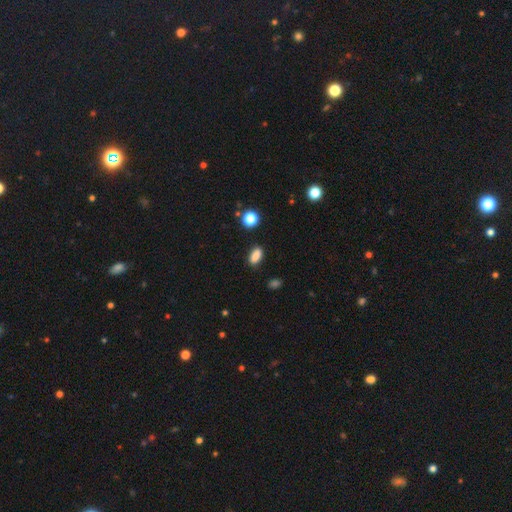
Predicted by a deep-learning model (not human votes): Smooth or featured? Predicted: smooth (p=0.86). How rounded? Predicted: in between (p=0.78). Merging? Predicted: none (p=0.84).